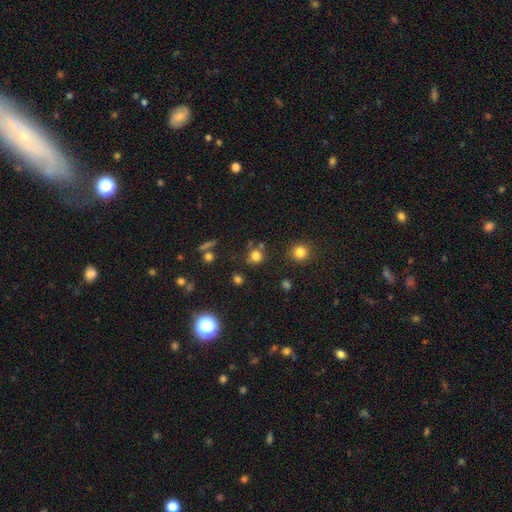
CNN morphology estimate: A smooth galaxy with no disk features (76%) that is round (85%). Merging: none (72%).